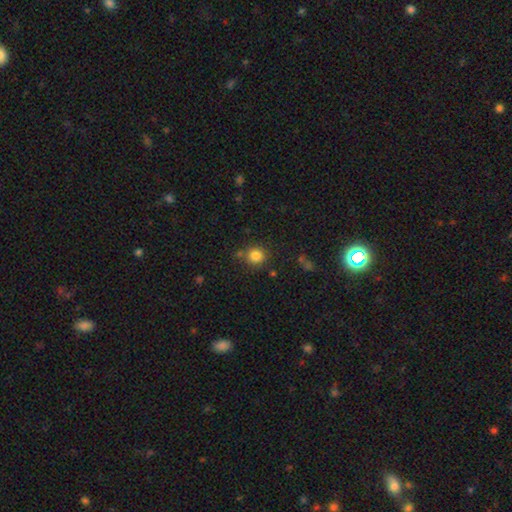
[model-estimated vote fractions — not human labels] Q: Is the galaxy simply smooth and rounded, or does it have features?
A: smooth — 82%.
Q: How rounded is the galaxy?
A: round — 87%.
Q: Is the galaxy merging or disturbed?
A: none — 78%.